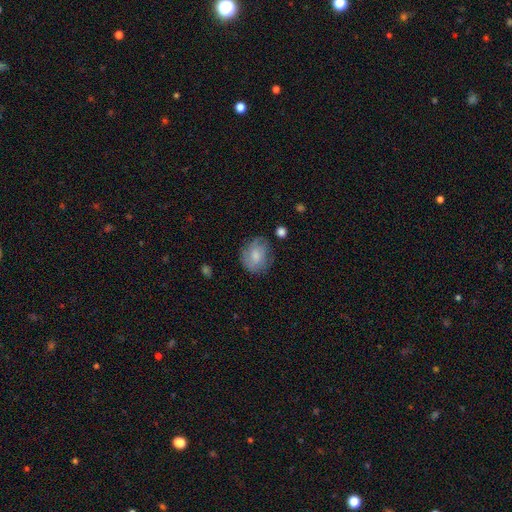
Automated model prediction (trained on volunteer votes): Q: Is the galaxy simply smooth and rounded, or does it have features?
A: smooth — 63%.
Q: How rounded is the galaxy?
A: round — 54%.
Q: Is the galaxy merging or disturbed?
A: none — 65%.